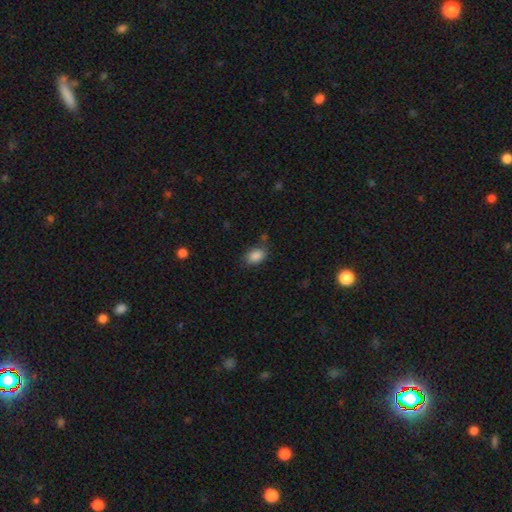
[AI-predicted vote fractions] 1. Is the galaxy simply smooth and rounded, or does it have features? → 87% smooth, 8% star or artifact, 5% featured or disk.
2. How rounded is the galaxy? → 85% in between, 14% round, 1% cigar-shaped.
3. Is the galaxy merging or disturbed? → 71% none, 19% minor disturbance, 5% major disturbance, 5% merger.